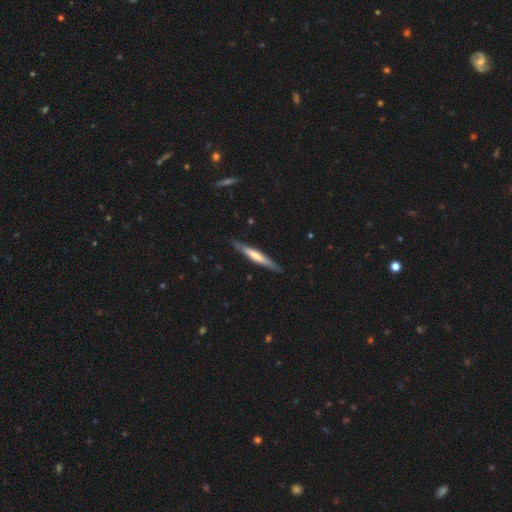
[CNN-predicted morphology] A smooth galaxy with no disk features (48%). Merging: none (88%).